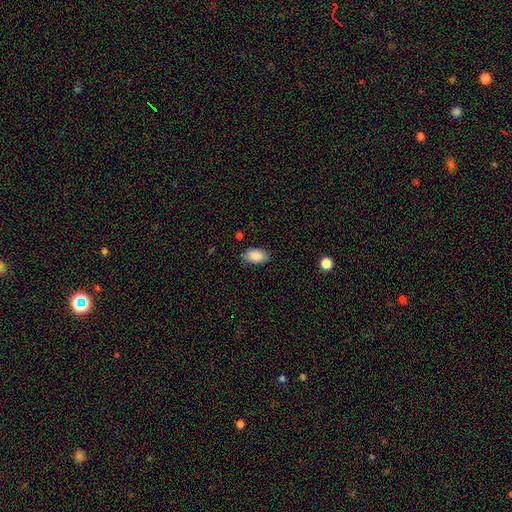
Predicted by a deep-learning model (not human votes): smooth 89%, star or artifact 7%, featured or disk 4%. Down the decision tree: how rounded — in between (93%); merging — none (82%).